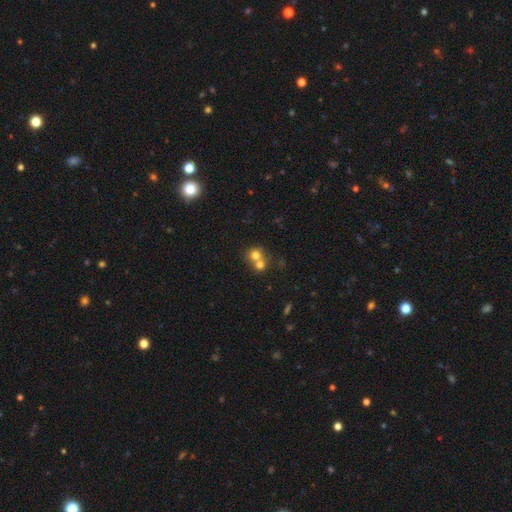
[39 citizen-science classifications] Smooth or featured: smooth — 82% (featured or disk — 13%)
How rounded: round — 81% (in between — 19%)
Merging: merger — 70% (none — 24%)